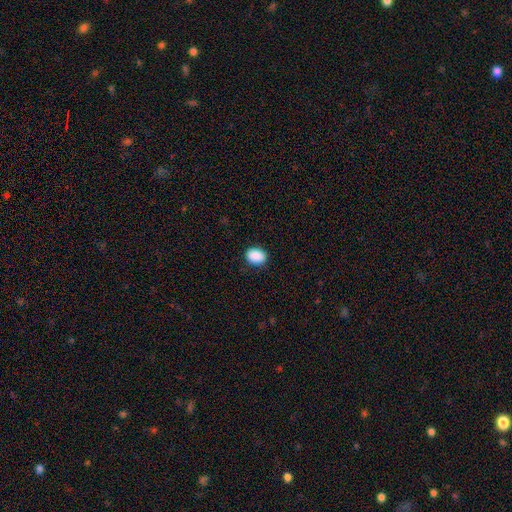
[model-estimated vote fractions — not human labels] The model was most divided on "how rounded": in between: 70%, round: 29%, cigar-shaped: 1%. More confident: smooth or featured — smooth (90%); merging — none (88%).